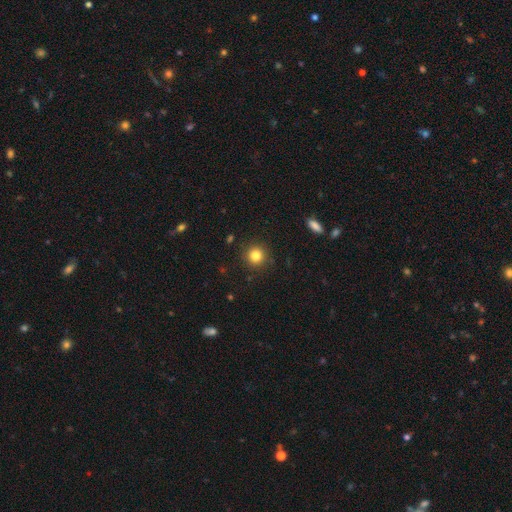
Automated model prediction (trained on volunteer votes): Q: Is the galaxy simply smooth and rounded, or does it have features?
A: smooth — 83%.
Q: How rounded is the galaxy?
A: round — 93%.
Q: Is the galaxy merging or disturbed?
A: none — 90%.